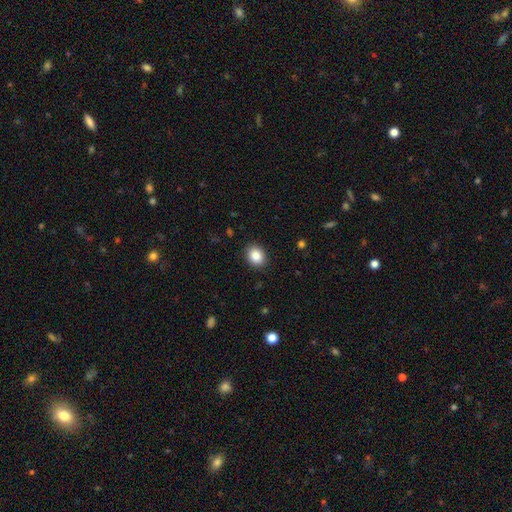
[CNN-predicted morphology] The model was most divided on "how rounded": round: 54%, in between: 45%, cigar-shaped: 1%. More confident: merging — none (90%); smooth or featured — smooth (87%).